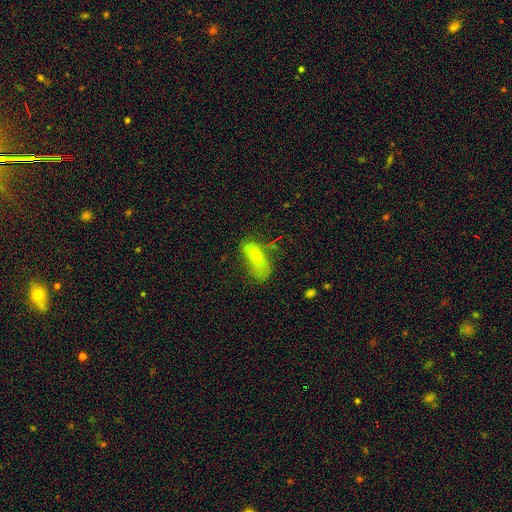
Overall: smooth (60%; featured or disk 30%). How rounded: in between (83%). Merging: none (39%; minor disturbance 36%).